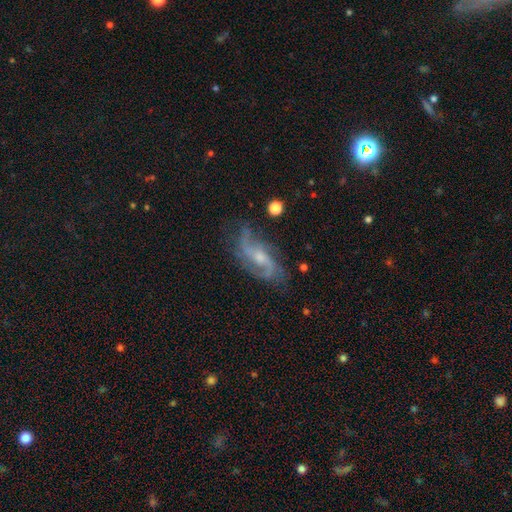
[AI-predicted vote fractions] Smooth or featured?
  - featured or disk: 77% *
  - star or artifact: 12%
  - smooth: 11%
Edge-on disk?
  - no: 91% *
  - yes: 9%
Bar?
  - weak: 45% *
  - no: 42%
  - strong: 13%
Spiral arms?
  - yes: 94% *
  - no: 6%
Spiral winding?
  - medium: 42% *
  - loose: 39%
  - tight: 19%
Spiral arm count?
  - 2: 59% *
  - can't tell: 17%
  - 3: 12%
  - 1: 5%
  - 4: 4%
  - more than 4: 4%
Bulge size?
  - small: 50% *
  - moderate: 42%
  - none: 4%
  - large: 2%
  - dominant: 1%
Merging?
  - none: 74% *
  - minor disturbance: 17%
  - major disturbance: 7%
  - merger: 2%